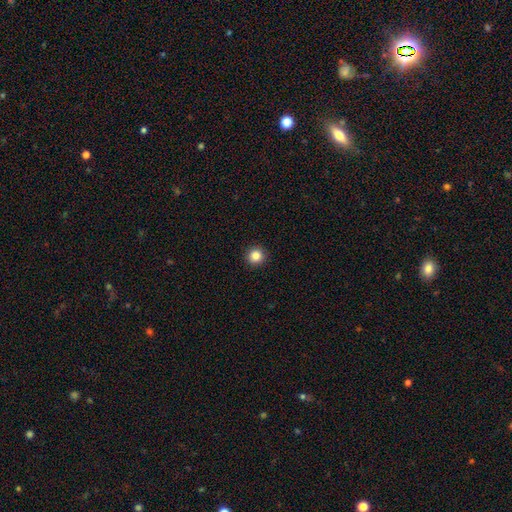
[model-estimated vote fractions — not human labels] Morphology: type=smooth (85%); roundness=round (95%); merging=none (93%).